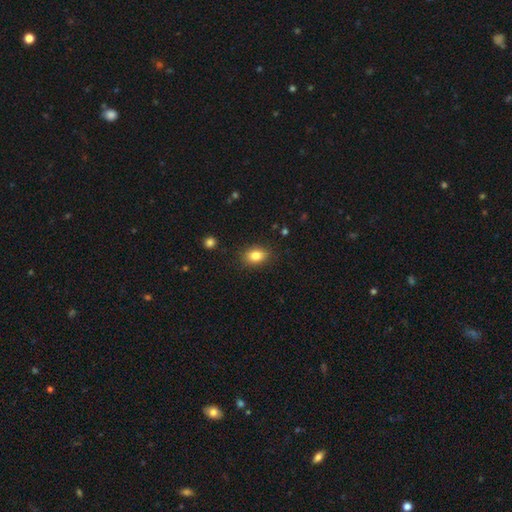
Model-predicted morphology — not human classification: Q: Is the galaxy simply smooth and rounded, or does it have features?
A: smooth — 83%.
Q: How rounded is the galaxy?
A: in between — 74%.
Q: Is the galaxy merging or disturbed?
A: none — 87%.